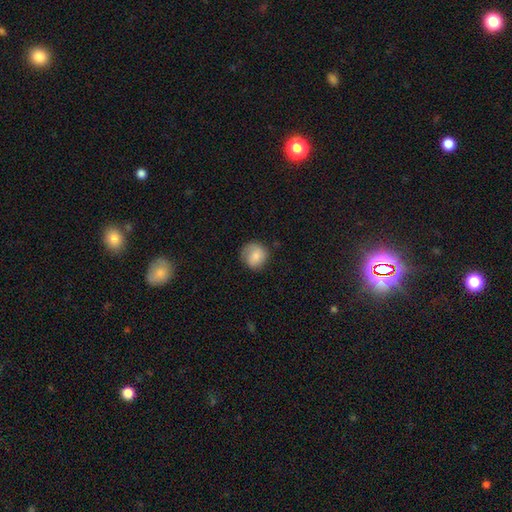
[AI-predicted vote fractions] This appears to be a smooth galaxy with no disk features (78%) that is round (86%). Merging: none (70%).